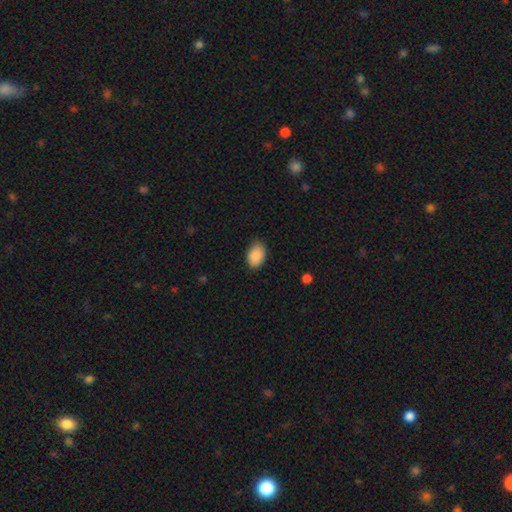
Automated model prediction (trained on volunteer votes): Overall: smooth (90%). How rounded: in between (89%). Merging: none (83%).